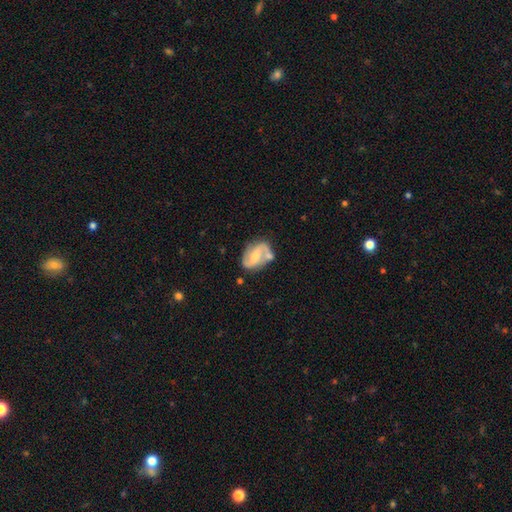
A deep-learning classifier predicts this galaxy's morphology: This is likely a featured or disk galaxy (79%). It is clearly not viewed edge-on (97%). Bar: marginally weak (44%). Spiral arm pattern: clearly yes (92%). Spiral arm count: clearly 2 (90%). Spiral winding: marginally medium (45%). Central bulge: possibly moderate (51%). Merging: possibly none (59%).